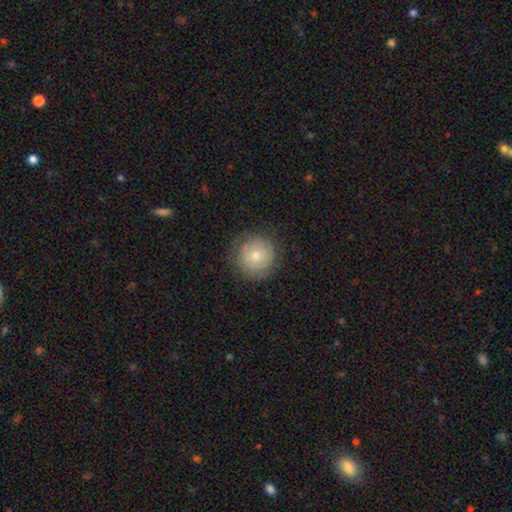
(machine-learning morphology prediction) Q: Smooth or featured?
A: smooth (66%); runner-up: featured or disk (24%)
Q: How rounded?
A: round (95%); runner-up: in between (4%)
Q: Merging?
A: none (83%); runner-up: minor disturbance (12%)